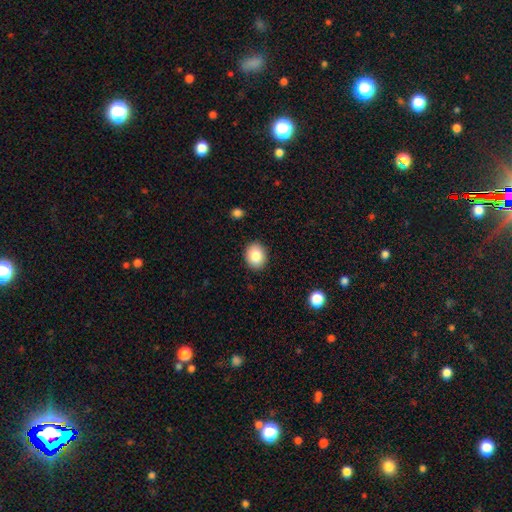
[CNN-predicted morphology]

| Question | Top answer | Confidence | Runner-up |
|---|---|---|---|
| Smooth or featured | smooth | 84% | star or artifact (8%) |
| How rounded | round | 51% | in between (48%) |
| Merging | none | 90% | minor disturbance (7%) |